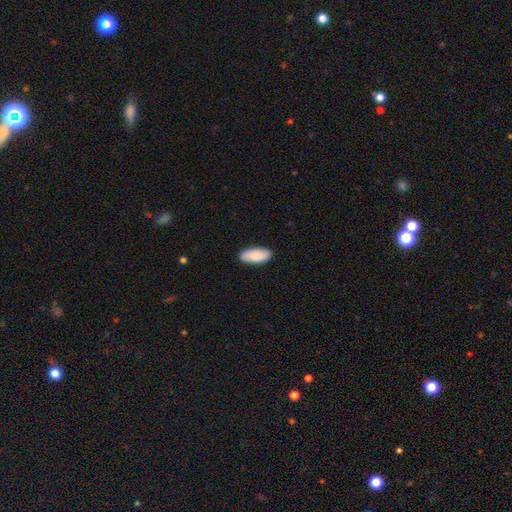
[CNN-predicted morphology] Smooth or featured? smooth (80%)
How rounded? in between (87%)
Merging? none (88%)